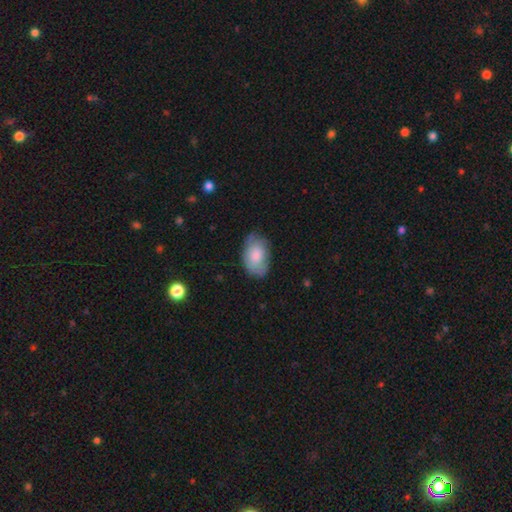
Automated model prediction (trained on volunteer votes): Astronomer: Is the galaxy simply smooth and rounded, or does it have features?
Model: smooth — 76%.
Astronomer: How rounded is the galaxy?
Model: in between — 90%.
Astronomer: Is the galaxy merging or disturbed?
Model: none — 63%.